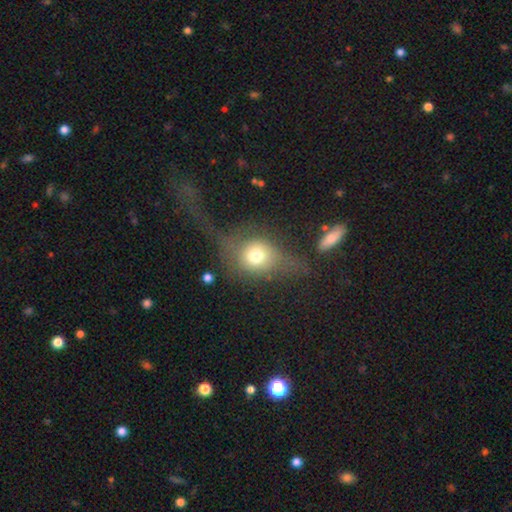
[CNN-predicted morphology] Q: Smooth or featured?
A: smooth (58%); runner-up: featured or disk (30%)
Q: How rounded?
A: round (65%); runner-up: in between (31%)
Q: Merging?
A: major disturbance (40%); runner-up: none (37%)